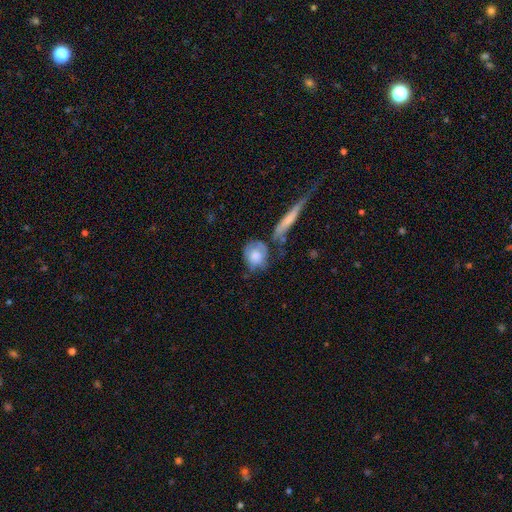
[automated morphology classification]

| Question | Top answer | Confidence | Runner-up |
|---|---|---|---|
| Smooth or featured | smooth | 68% | featured or disk (26%) |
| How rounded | round | 61% | in between (35%) |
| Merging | none | 39% | minor disturbance (26%) |